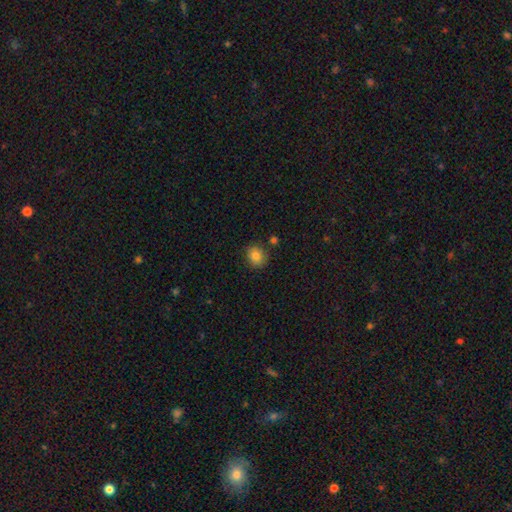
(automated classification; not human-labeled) A smooth galaxy with no disk features (82%) that is round (66%). Merging: none (82%).